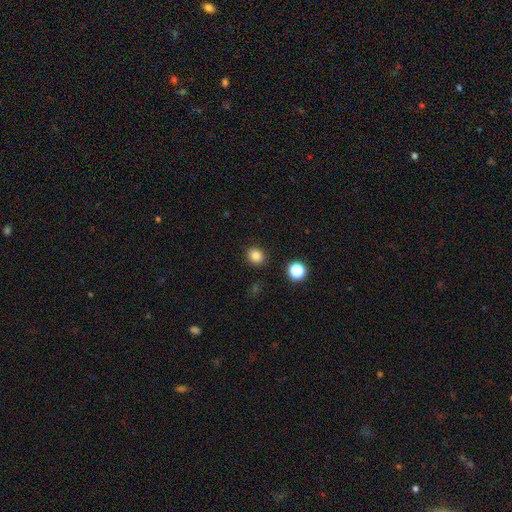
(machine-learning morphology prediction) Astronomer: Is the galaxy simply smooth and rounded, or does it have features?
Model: smooth — 83%.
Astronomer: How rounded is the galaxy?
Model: round — 79%.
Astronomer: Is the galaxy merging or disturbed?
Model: none — 90%.